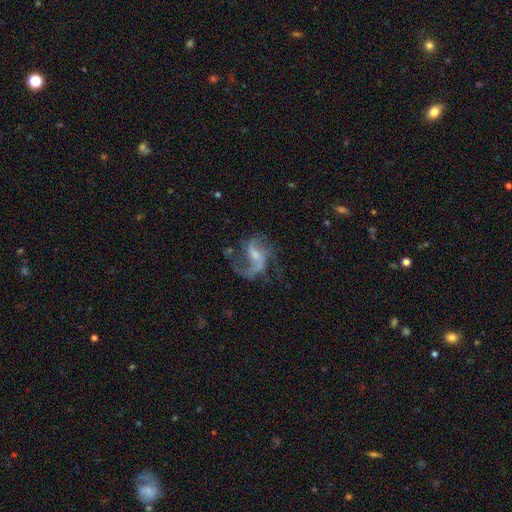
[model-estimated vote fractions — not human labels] A featured or disk galaxy (82%) with a weak bar (54%), 2 (58%) loose (56%) spiral arms (91%) and a small central bulge (41%). Merging: none (45%).